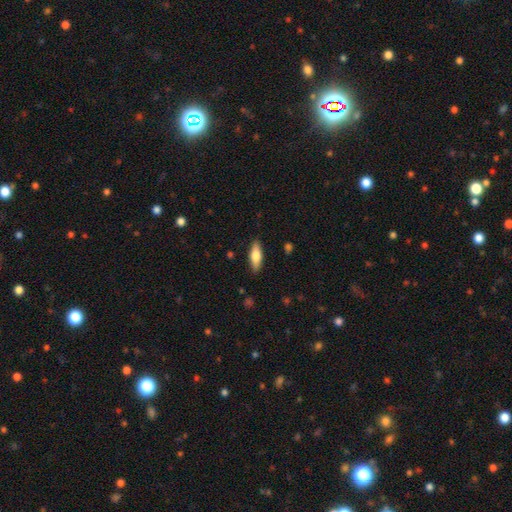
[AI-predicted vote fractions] smooth 68%, featured or disk 26%, star or artifact 6%. Down the decision tree: how rounded — in between (59%); merging — none (87%).